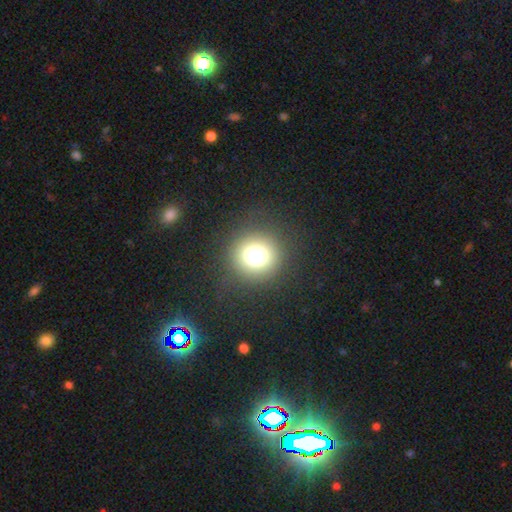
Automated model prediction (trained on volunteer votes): Q: Smooth or featured?
A: smooth (72%); runner-up: star or artifact (19%)
Q: How rounded?
A: round (93%); runner-up: in between (6%)
Q: Merging?
A: none (87%); runner-up: minor disturbance (7%)